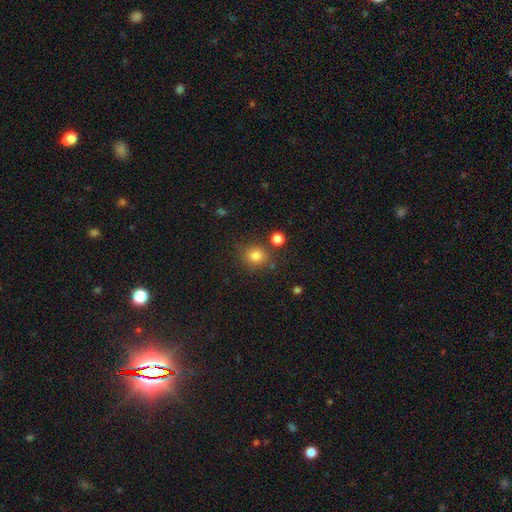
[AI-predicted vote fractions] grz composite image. It shows a smooth galaxy with no disk features (81%) that is round (81%). Merging: none (75%).